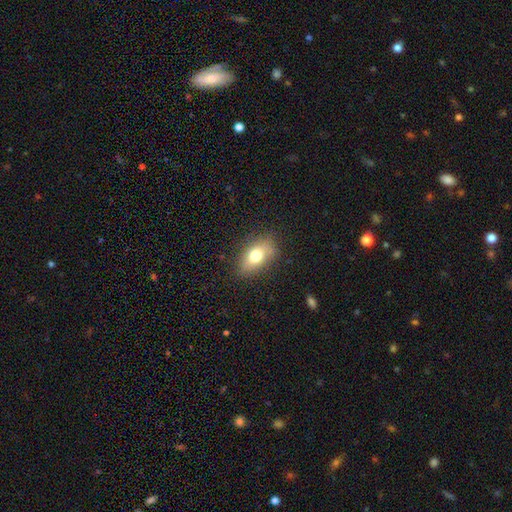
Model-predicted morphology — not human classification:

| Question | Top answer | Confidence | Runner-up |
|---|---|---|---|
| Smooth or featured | smooth | 72% | featured or disk (19%) |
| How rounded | in between | 84% | round (11%) |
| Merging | none | 80% | minor disturbance (15%) |